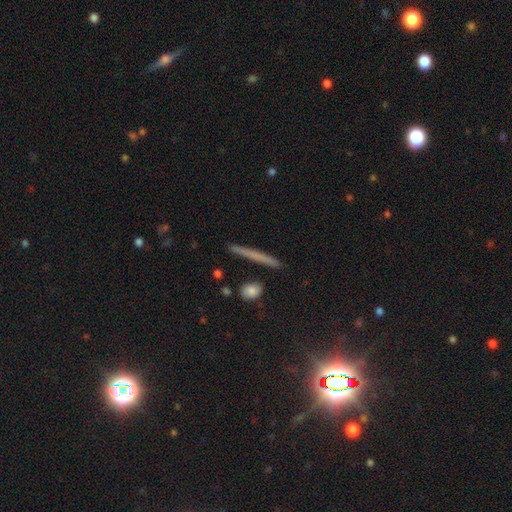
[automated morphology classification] Smooth or featured? Predicted: smooth (p=0.53). How rounded? Predicted: cigar-shaped (p=0.94). Merging? Predicted: none (p=0.88).